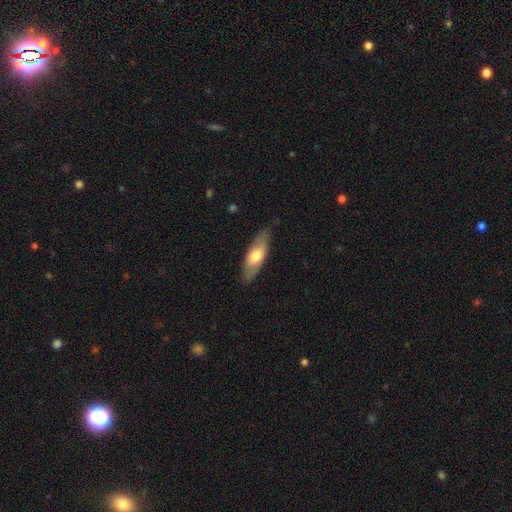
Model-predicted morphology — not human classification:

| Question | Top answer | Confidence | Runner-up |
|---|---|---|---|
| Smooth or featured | smooth | 61% | featured or disk (34%) |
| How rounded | in between | 65% | cigar-shaped (33%) |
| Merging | none | 81% | minor disturbance (15%) |